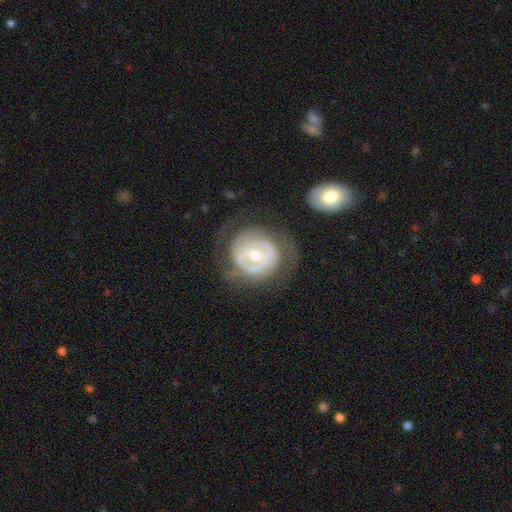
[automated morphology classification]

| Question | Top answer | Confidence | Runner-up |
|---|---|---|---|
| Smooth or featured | featured or disk | 71% | smooth (23%) |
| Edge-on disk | no | 96% | yes (4%) |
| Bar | no | 55% | weak (30%) |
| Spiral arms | no | 53% | yes (47%) |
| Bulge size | moderate | 63% | small (31%) |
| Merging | none | 61% | minor disturbance (19%) |